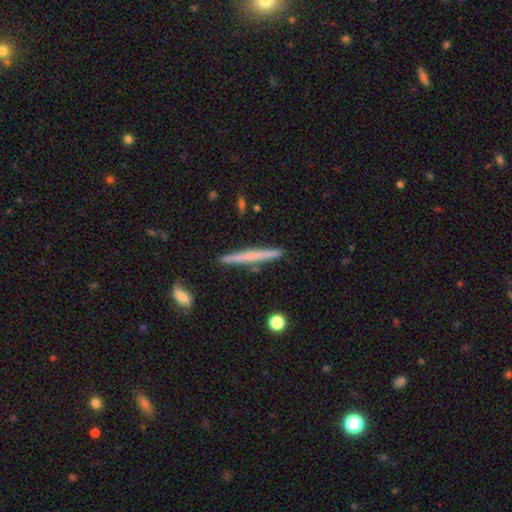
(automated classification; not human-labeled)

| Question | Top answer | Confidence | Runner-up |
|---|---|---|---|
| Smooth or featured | smooth | 52% | featured or disk (42%) |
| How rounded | cigar-shaped | 97% | in between (2%) |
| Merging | none | 90% | minor disturbance (7%) |